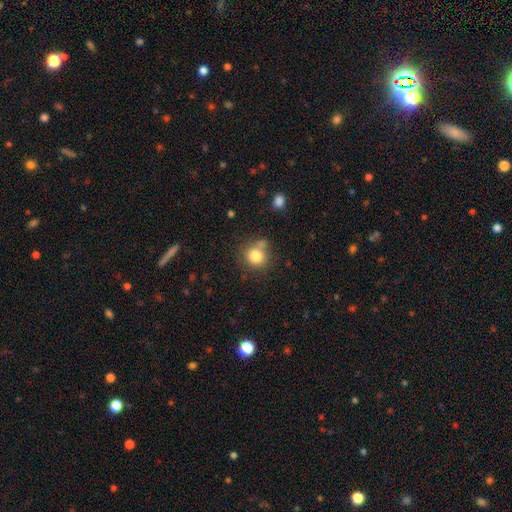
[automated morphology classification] Q: Smooth or featured?
A: smooth (81%); runner-up: star or artifact (11%)
Q: How rounded?
A: round (87%); runner-up: in between (12%)
Q: Merging?
A: none (66%); runner-up: merger (16%)